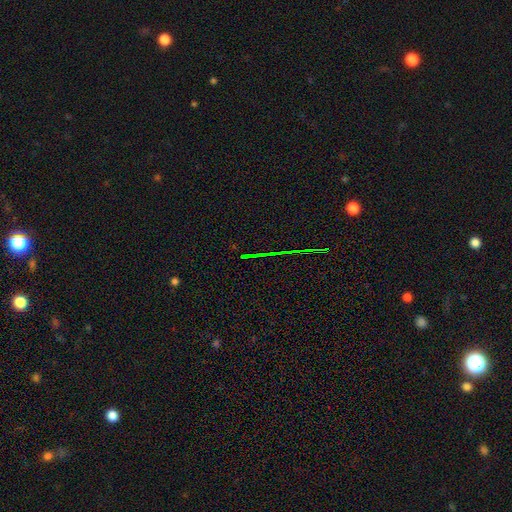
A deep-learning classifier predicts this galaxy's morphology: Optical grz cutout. It shows a star or artifact, not a galaxy (78%).